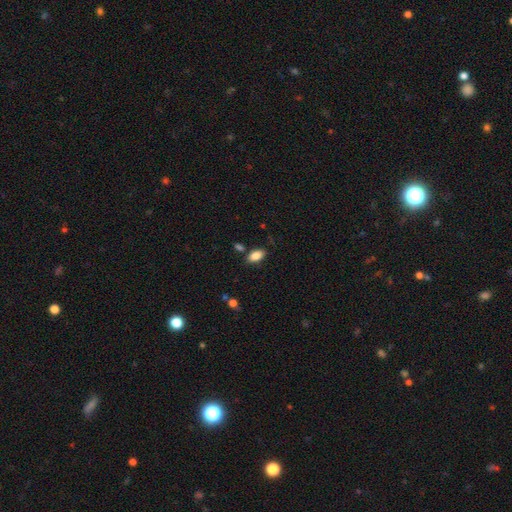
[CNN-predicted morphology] This is clearly a smooth galaxy (86%). How rounded: clearly in between (92%). Merging: clearly none (81%).